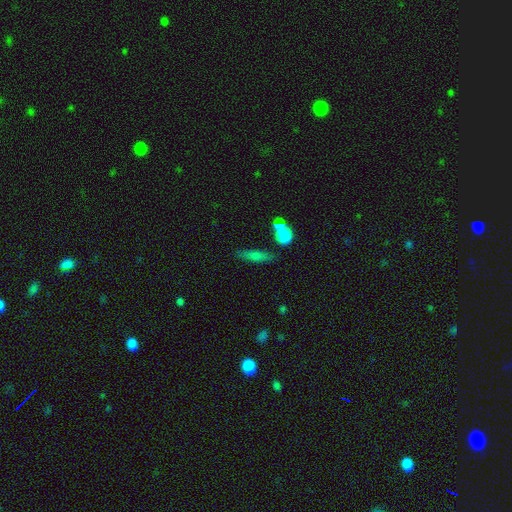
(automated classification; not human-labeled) This appears to be a smooth galaxy with no disk features (65%) that is cigar-shaped (67%). Merging: none (78%).